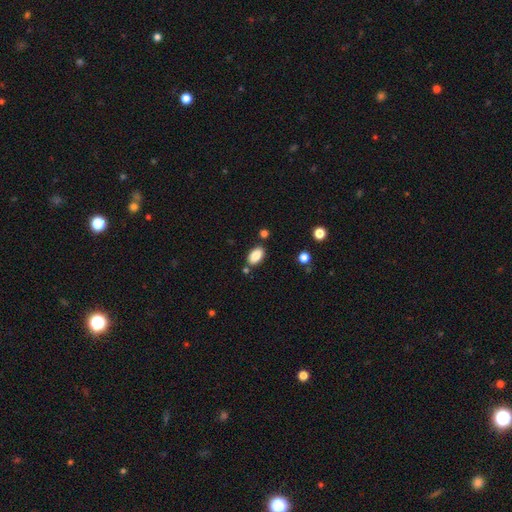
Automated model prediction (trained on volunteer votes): smooth-or-featured: smooth: 85% | star or artifact: 8% | featured or disk: 7%
  how-rounded: in between: 93% | round: 5% | cigar-shaped: 2%
  merging: none: 81% | minor disturbance: 11% | merger: 6% | major disturbance: 3%